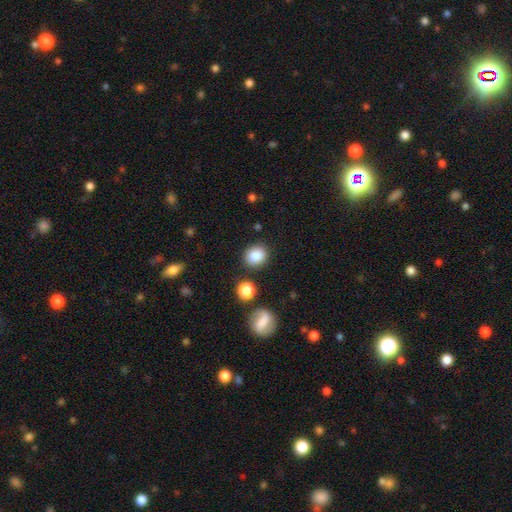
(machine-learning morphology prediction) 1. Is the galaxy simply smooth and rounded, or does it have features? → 85% smooth, 9% star or artifact, 6% featured or disk.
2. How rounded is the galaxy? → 72% round, 27% in between, 1% cigar-shaped.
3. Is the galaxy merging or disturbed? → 84% none, 9% minor disturbance, 4% merger, 3% major disturbance.